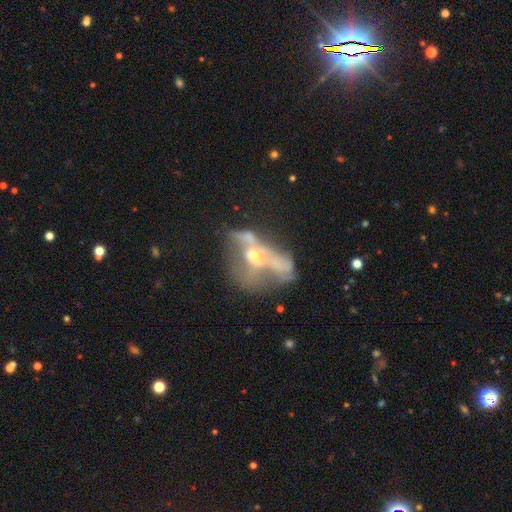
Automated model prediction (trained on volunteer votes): featured or disk 63%, smooth 22%, star or artifact 15%. Down the decision tree: edge-on disk — no (91%); bar — no (80%); spiral arms — no (82%); bulge size — moderate (54%); merging — major disturbance (37%).